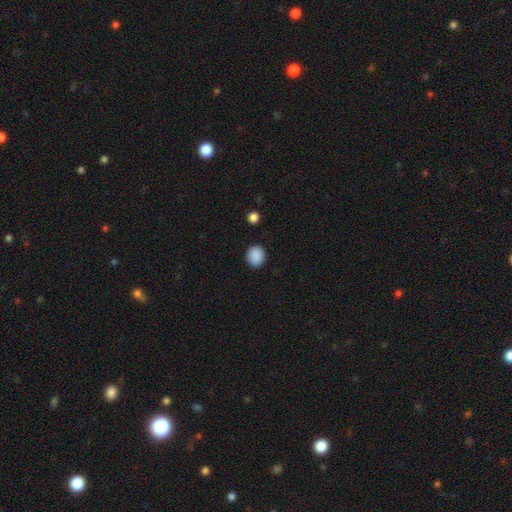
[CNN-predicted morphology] Q: Smooth or featured?
A: smooth (89%); runner-up: star or artifact (8%)
Q: How rounded?
A: round (75%); runner-up: in between (24%)
Q: Merging?
A: none (89%); runner-up: minor disturbance (7%)